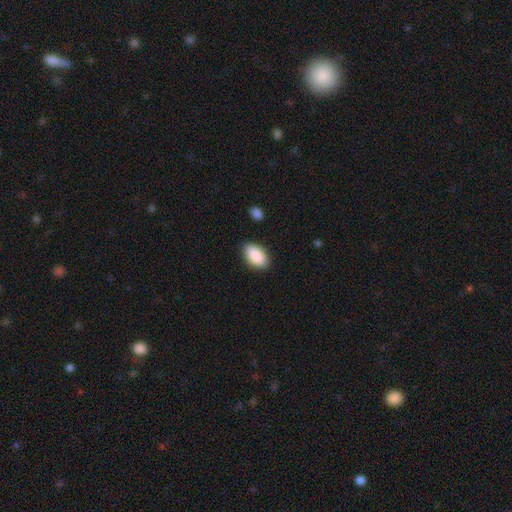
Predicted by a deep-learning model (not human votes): This appears to be a smooth galaxy with no disk features (90%) that is in between round and cigar-shaped (94%). Merging: none (87%).